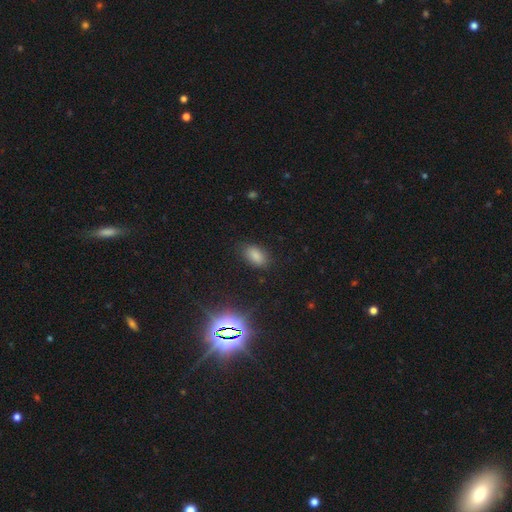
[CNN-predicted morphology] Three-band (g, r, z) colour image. It shows a smooth galaxy with no disk features (79%) that is in between round and cigar-shaped (91%). Merging: none (82%).